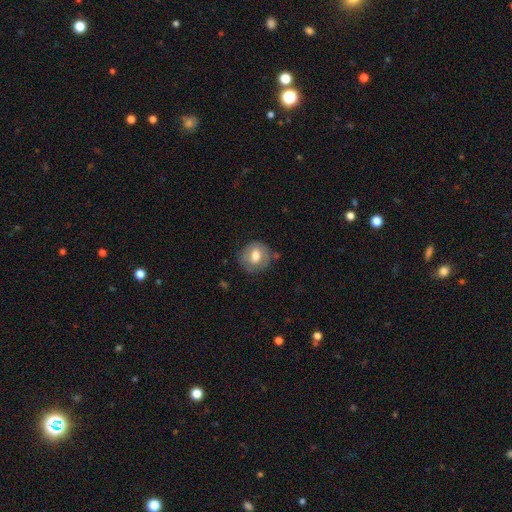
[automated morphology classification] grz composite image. It shows a smooth galaxy with no disk features (68%) that is round (78%). Merging: none (74%).